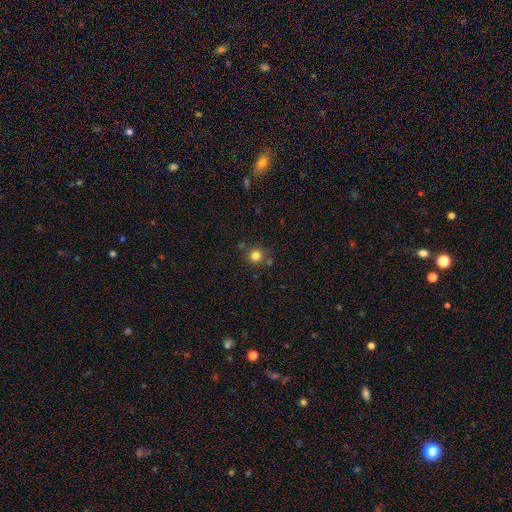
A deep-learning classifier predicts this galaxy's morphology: The model was most divided on "smooth or featured": smooth: 80%, star or artifact: 14%, featured or disk: 6%. More confident: how rounded — round (93%); merging — none (78%).